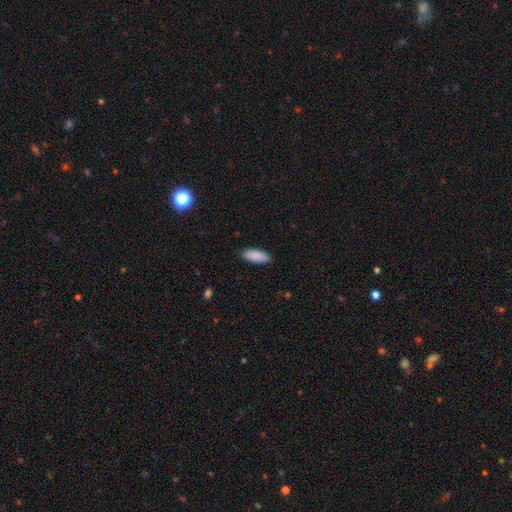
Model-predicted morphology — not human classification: A smooth galaxy with no disk features (90%) that is in between round and cigar-shaped (79%). Merging: none (89%).